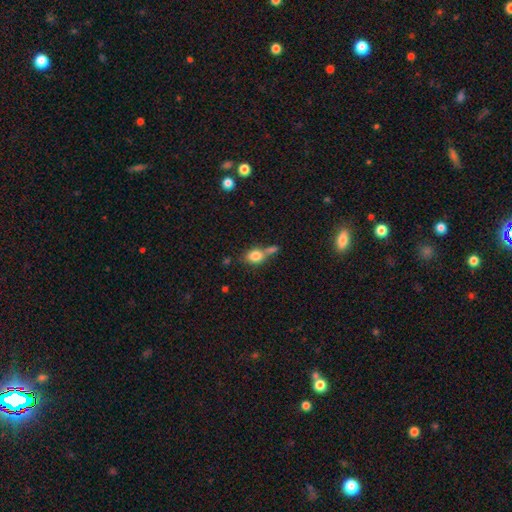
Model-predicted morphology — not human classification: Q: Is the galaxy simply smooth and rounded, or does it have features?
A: smooth — 79%.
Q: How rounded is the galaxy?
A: in between — 59%.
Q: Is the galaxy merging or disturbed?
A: none — 40%.